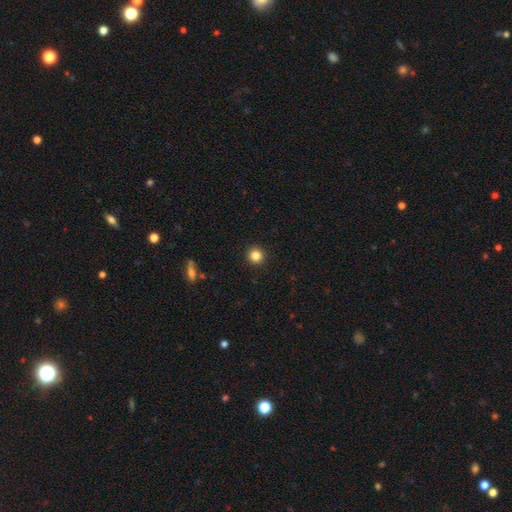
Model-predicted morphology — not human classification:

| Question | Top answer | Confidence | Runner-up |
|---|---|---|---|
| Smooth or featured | smooth | 84% | star or artifact (11%) |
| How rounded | round | 95% | in between (4%) |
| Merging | none | 93% | minor disturbance (4%) |